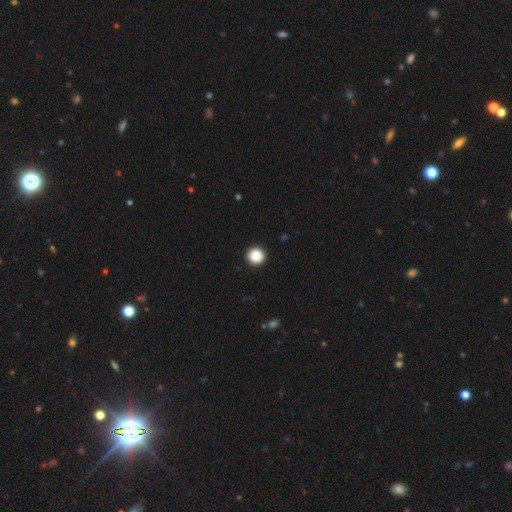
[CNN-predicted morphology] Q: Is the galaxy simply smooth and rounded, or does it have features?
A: smooth — 88%.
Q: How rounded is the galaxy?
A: round — 96%.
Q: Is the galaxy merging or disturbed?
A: none — 93%.